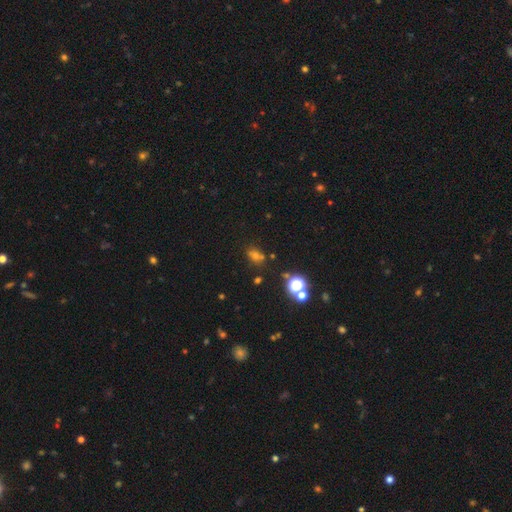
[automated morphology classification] This is possibly a smooth galaxy (56%). How rounded: possibly in between (59%). Merging: likely none (61%).